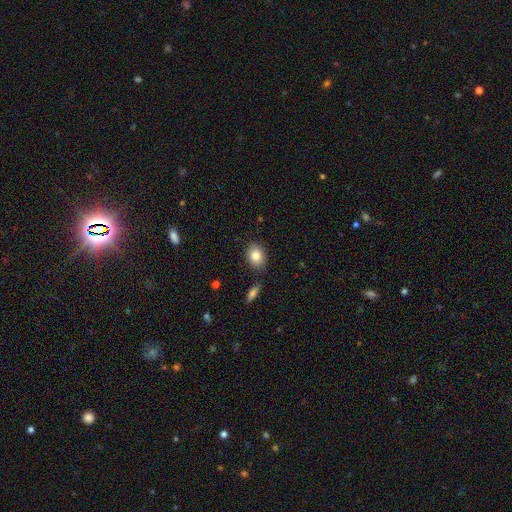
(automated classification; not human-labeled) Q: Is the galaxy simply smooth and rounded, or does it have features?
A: smooth — 83%.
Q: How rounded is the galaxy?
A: in between — 70%.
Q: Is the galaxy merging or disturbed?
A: none — 83%.